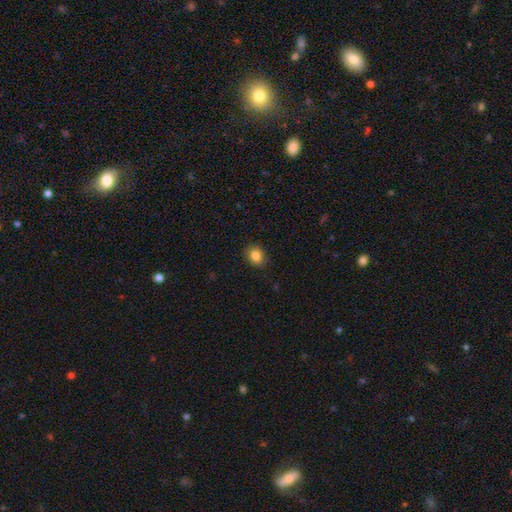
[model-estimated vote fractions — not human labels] Smooth or featured: smooth — 85% (star or artifact — 10%)
How rounded: round — 60% (in between — 39%)
Merging: none — 89% (minor disturbance — 8%)